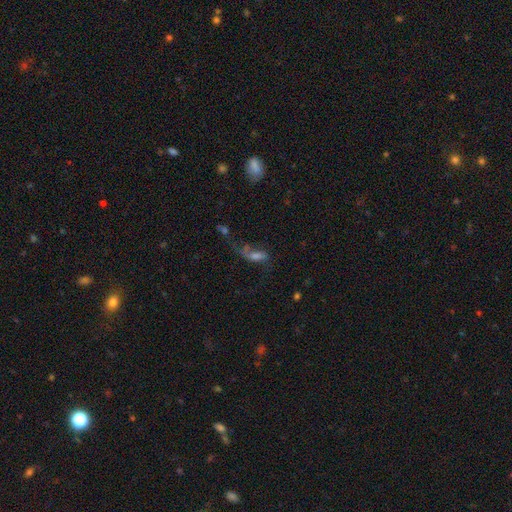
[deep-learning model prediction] This is possibly a featured or disk galaxy (46%). Merging: marginally major disturbance (38%).